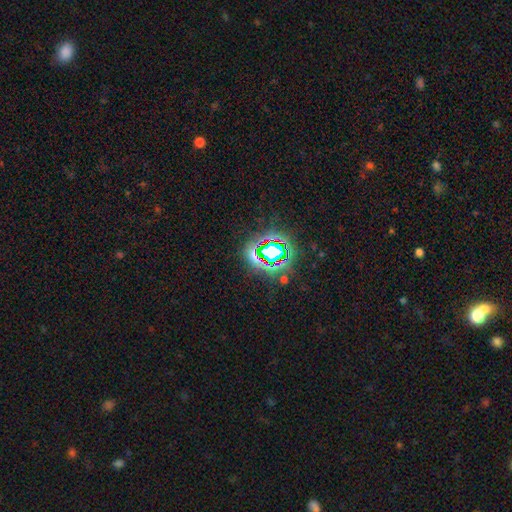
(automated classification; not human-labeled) Smooth or featured?
  - star or artifact: 70% *
  - smooth: 19%
  - featured or disk: 11%